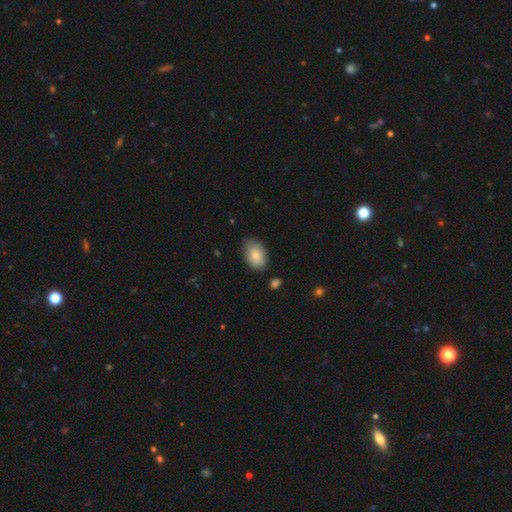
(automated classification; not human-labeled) This appears to be a smooth galaxy with no disk features (78%) that is in between round and cigar-shaped (88%). Merging: none (70%).